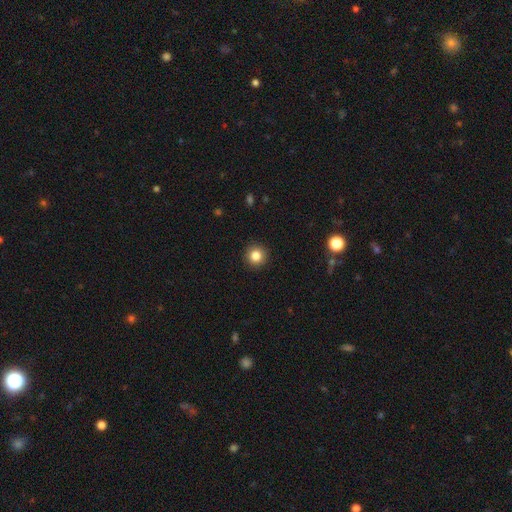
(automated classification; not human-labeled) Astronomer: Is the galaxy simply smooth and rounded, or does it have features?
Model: smooth — 84%.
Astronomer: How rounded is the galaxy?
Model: round — 95%.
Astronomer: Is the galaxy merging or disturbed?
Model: none — 92%.